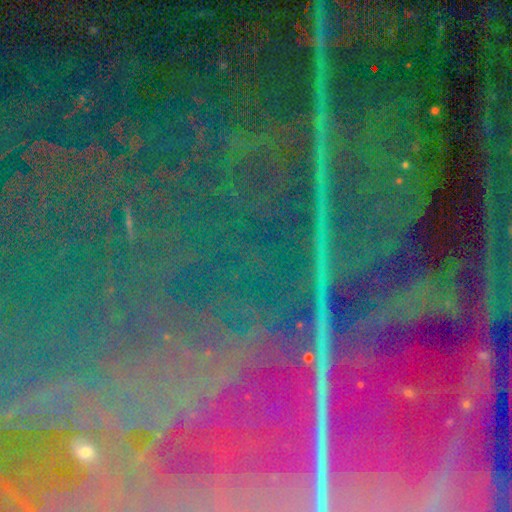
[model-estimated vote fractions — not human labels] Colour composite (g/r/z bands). It shows a star or artifact, not a galaxy (87%).